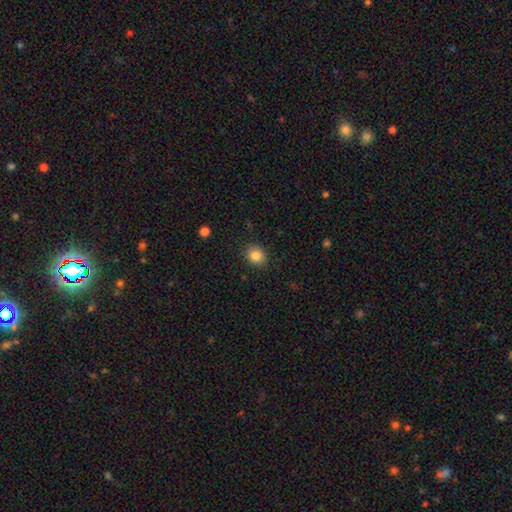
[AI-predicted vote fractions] smooth-or-featured: smooth: 84% | star or artifact: 10% | featured or disk: 6%
  how-rounded: round: 65% | in between: 34% | cigar-shaped: 1%
  merging: none: 88% | minor disturbance: 8% | major disturbance: 2% | merger: 1%